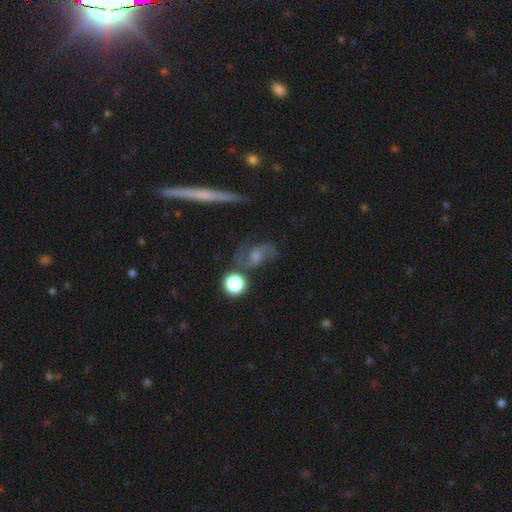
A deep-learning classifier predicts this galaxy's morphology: Smooth or featured? Predicted: featured or disk (p=0.71). Edge-on disk? Predicted: no (p=0.90). Bar? Predicted: no (p=0.47). Spiral arms? Predicted: yes (p=0.92). Spiral winding? Predicted: medium (p=0.44). Spiral arm count? Predicted: 2 (p=0.89). Bulge size? Predicted: moderate (p=0.44). Merging? Predicted: none (p=0.68).